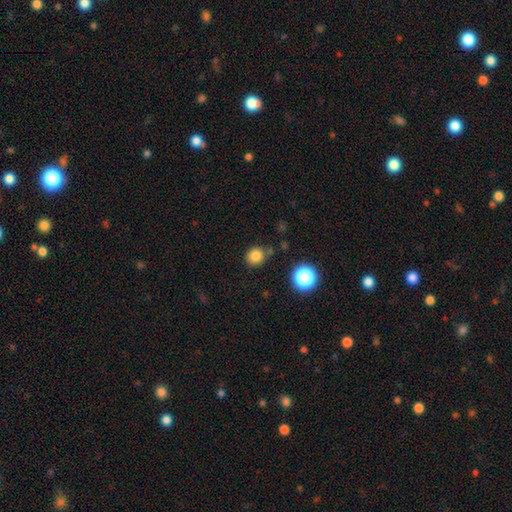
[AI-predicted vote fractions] smooth 81%, star or artifact 14%, featured or disk 5%. Down the decision tree: how rounded — round (83%); merging — none (77%).